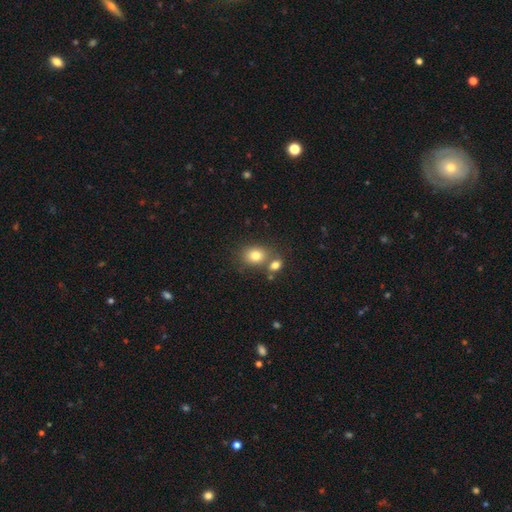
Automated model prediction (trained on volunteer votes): Smooth or featured?
  - smooth: 79% *
  - star or artifact: 11%
  - featured or disk: 10%
How rounded?
  - in between: 51% *
  - round: 48%
  - cigar-shaped: 1%
Merging?
  - none: 56% *
  - merger: 29%
  - minor disturbance: 11%
  - major disturbance: 4%